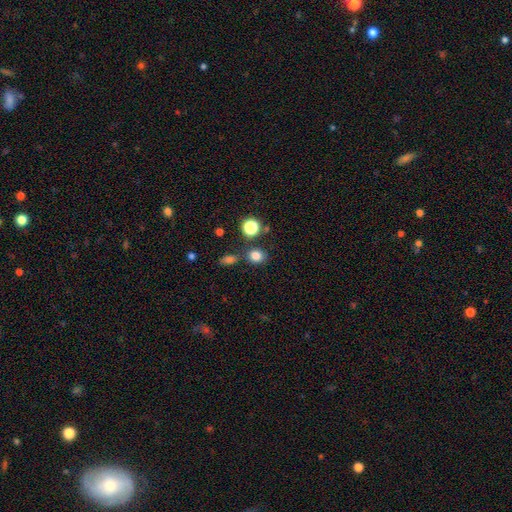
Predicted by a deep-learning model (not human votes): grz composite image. It shows a smooth galaxy with no disk features (80%) that is round (72%). Merging: none (77%).